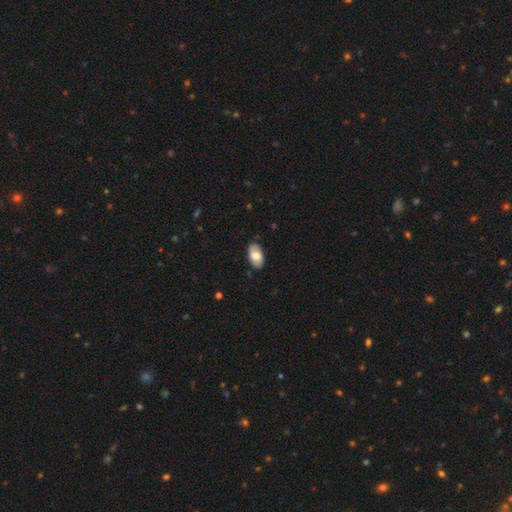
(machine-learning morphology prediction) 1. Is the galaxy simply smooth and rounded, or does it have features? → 67% smooth, 27% featured or disk, 6% star or artifact.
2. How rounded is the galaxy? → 94% in between, 4% round, 2% cigar-shaped.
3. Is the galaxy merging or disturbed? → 85% none, 12% minor disturbance, 2% major disturbance, 1% merger.